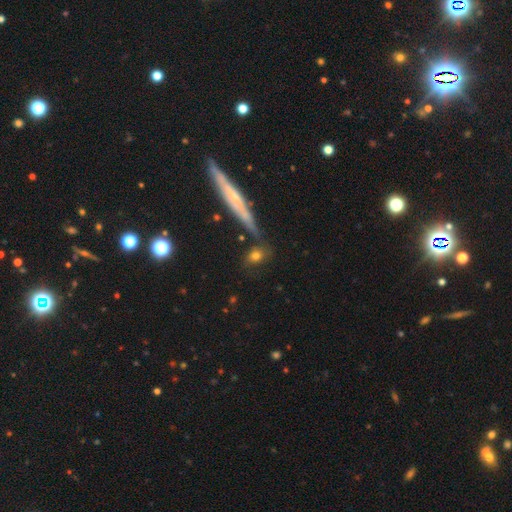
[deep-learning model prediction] A smooth galaxy with no disk features (72%) that is in between round and cigar-shaped (44%). Merging: none (71%).